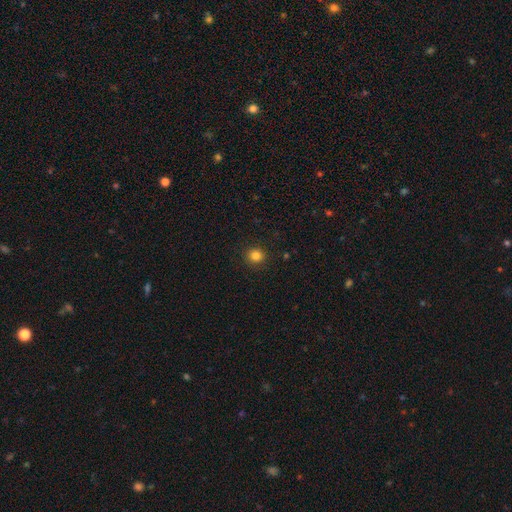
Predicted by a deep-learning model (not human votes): smooth_or_featured: smooth (p=0.83) [alt: star or artifact p=0.13]
how_rounded: round (p=0.92) [alt: in between p=0.07]
merging: none (p=0.91) [alt: minor disturbance p=0.06]